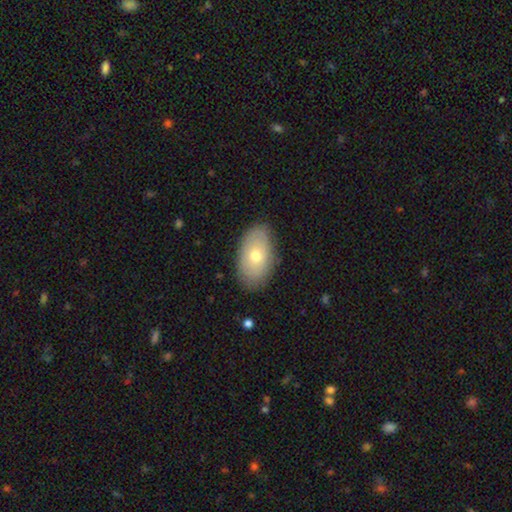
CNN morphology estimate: Overall: smooth (65%; featured or disk 28%). How rounded: in between (92%). Merging: none (83%).